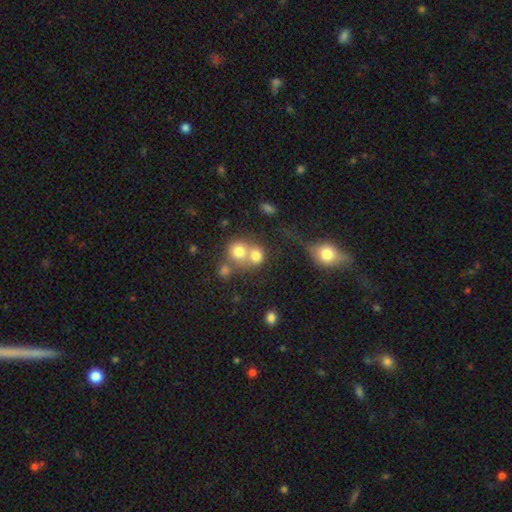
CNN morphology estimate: Smooth or featured? Predicted: smooth (p=0.73). How rounded? Predicted: round (p=0.78). Merging? Predicted: merger (p=0.55).